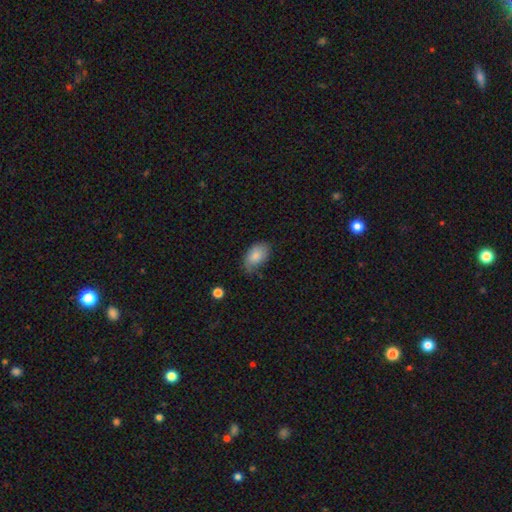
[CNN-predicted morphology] type=smooth (81%); roundness=in between (92%); merging=none (59%).